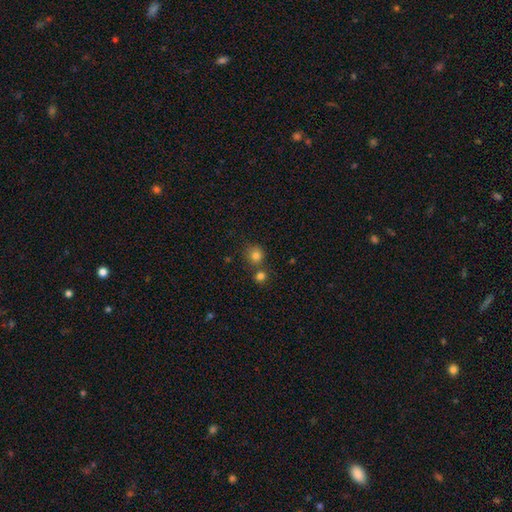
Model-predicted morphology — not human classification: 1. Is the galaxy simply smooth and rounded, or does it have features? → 80% smooth, 14% star or artifact, 6% featured or disk.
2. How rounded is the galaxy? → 90% round, 10% in between, 1% cigar-shaped.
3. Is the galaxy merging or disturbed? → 67% none, 23% merger, 8% minor disturbance, 3% major disturbance.